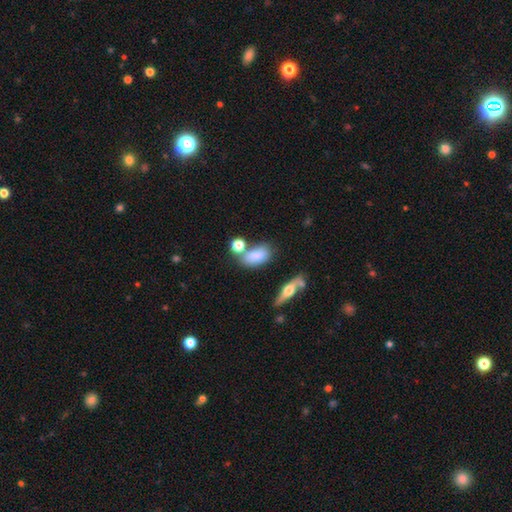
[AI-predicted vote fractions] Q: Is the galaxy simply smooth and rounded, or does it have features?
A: smooth — 78%.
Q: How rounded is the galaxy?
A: in between — 84%.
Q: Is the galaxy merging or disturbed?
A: none — 52%.